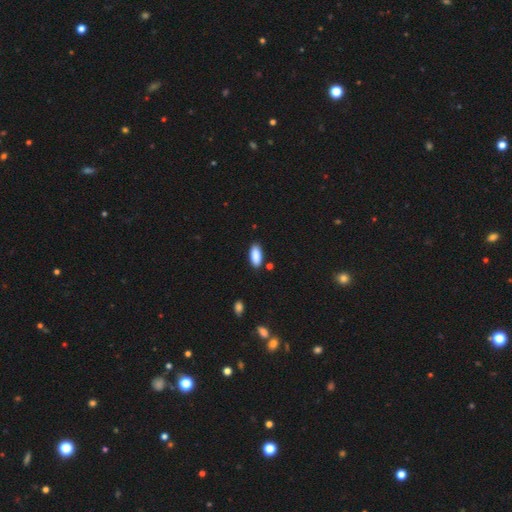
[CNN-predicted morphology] This is clearly a smooth galaxy (90%). How rounded: clearly in between (86%). Merging: clearly none (86%).